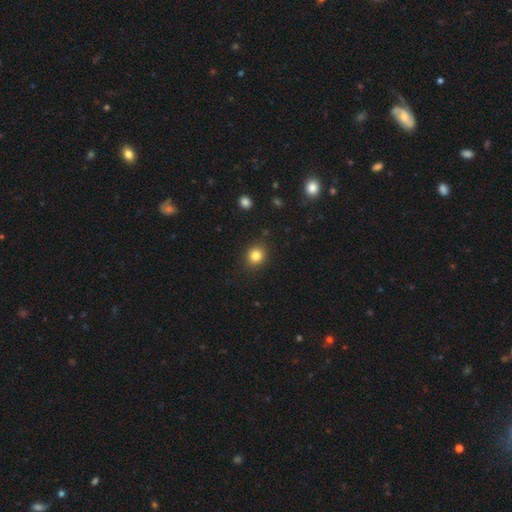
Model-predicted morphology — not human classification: Q: Smooth or featured?
A: smooth (83%); runner-up: star or artifact (11%)
Q: How rounded?
A: round (79%); runner-up: in between (20%)
Q: Merging?
A: none (88%); runner-up: minor disturbance (8%)